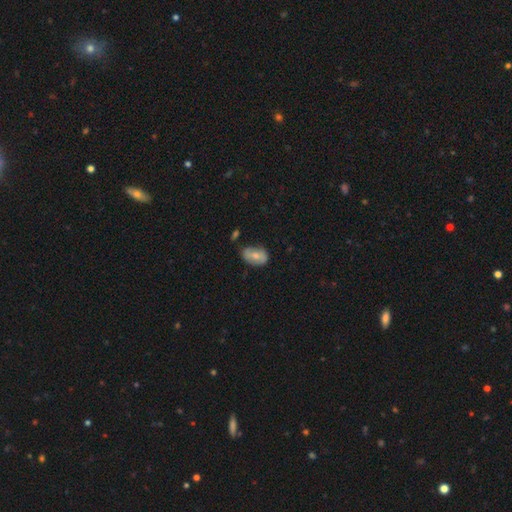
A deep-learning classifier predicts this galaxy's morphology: A smooth galaxy with no disk features (65%) that is in between round and cigar-shaped (88%). Merging: none (62%).